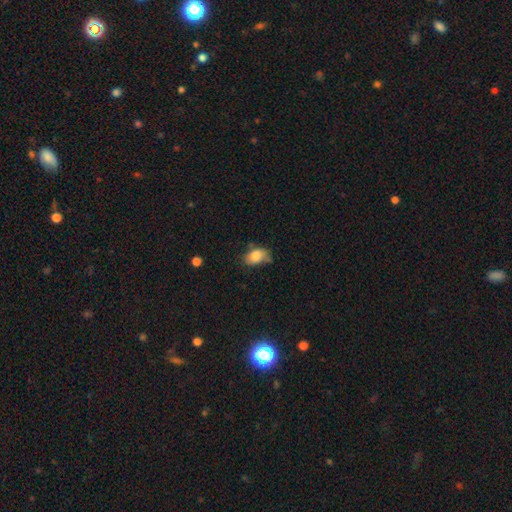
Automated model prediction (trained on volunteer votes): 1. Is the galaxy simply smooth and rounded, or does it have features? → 79% smooth, 13% featured or disk, 8% star or artifact.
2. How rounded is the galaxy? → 80% in between, 18% round, 2% cigar-shaped.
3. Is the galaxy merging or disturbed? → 42% none, 39% minor disturbance, 15% major disturbance, 5% merger.